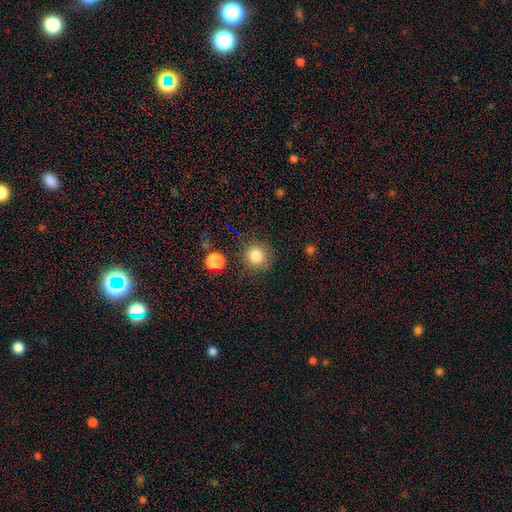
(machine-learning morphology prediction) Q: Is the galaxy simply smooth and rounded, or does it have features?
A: smooth — 83%.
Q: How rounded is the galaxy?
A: round — 93%.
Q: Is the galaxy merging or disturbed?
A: none — 85%.